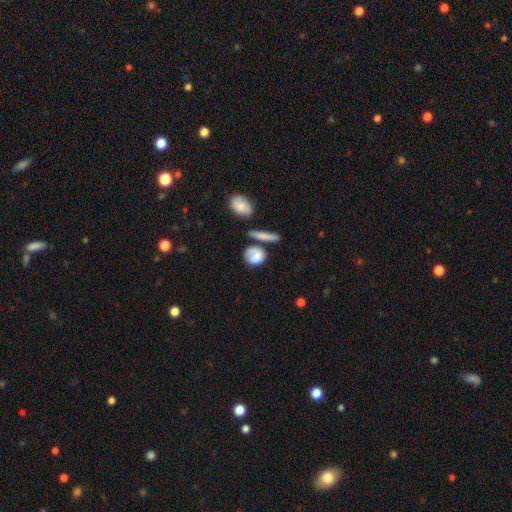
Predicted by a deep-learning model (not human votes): The model was most divided on "how rounded": round: 60%, in between: 33%, cigar-shaped: 7%. More confident: smooth or featured — smooth (74%); merging — none (50%).